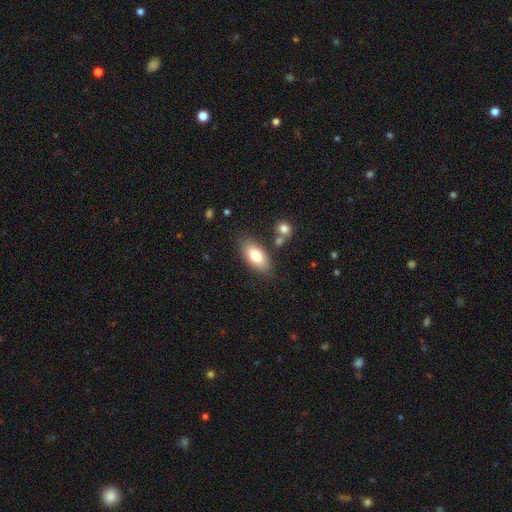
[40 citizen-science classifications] Overall: smooth (85%). How rounded: in between (88%). Merging: none (89%).